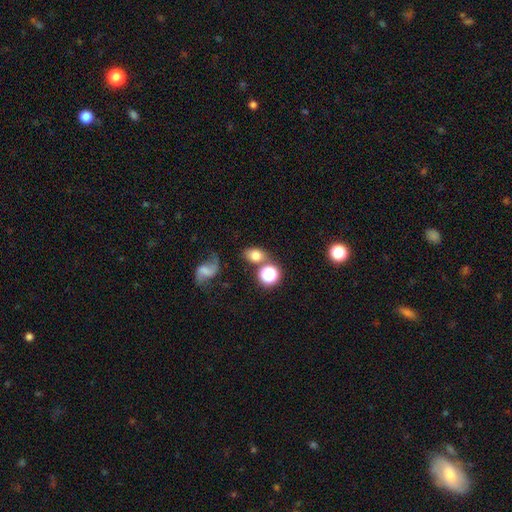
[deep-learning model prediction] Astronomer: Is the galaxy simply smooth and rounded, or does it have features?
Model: smooth — 71%.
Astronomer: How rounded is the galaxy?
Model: in between — 59% (runner-up: round, 40%).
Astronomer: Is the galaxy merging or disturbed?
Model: none — 66%.